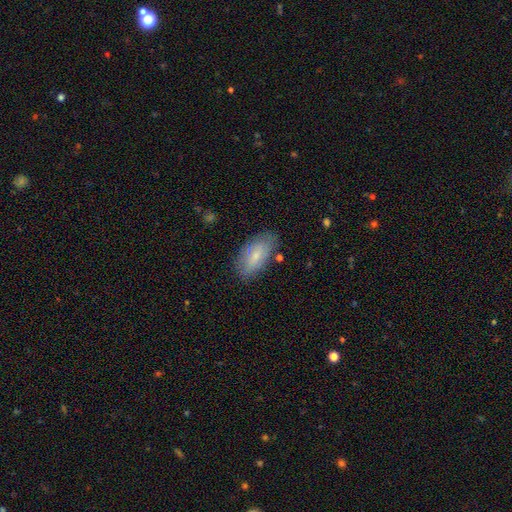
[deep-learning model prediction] This is likely a smooth galaxy (71%). How rounded: clearly in between (90%). Merging: likely none (77%).